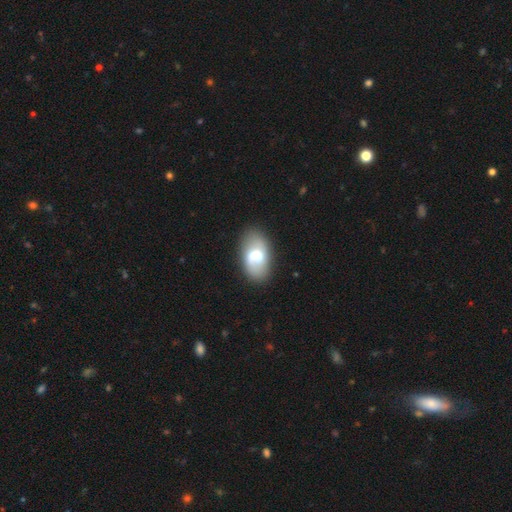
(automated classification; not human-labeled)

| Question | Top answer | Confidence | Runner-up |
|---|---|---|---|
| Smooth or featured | smooth | 58% | featured or disk (35%) |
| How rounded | in between | 92% | round (6%) |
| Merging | none | 73% | minor disturbance (18%) |